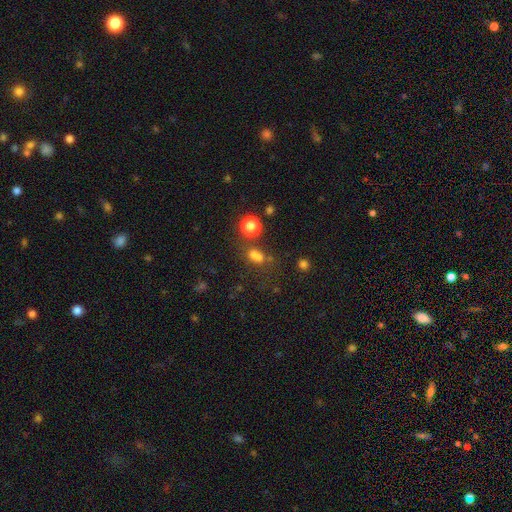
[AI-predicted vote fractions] Smooth or featured: smooth — 62% (star or artifact — 27%)
How rounded: round — 58% (in between — 38%)
Merging: none — 48% (merger — 34%)